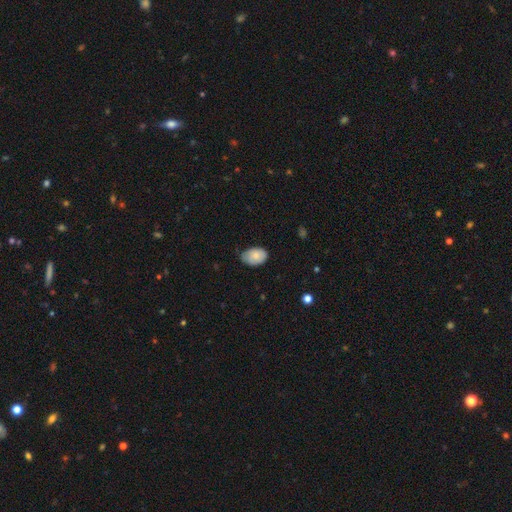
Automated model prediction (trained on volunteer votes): Smooth or featured?
  - smooth: 80% *
  - featured or disk: 13%
  - star or artifact: 7%
How rounded?
  - in between: 86% *
  - round: 13%
  - cigar-shaped: 1%
Merging?
  - none: 53% *
  - minor disturbance: 39%
  - major disturbance: 6%
  - merger: 1%